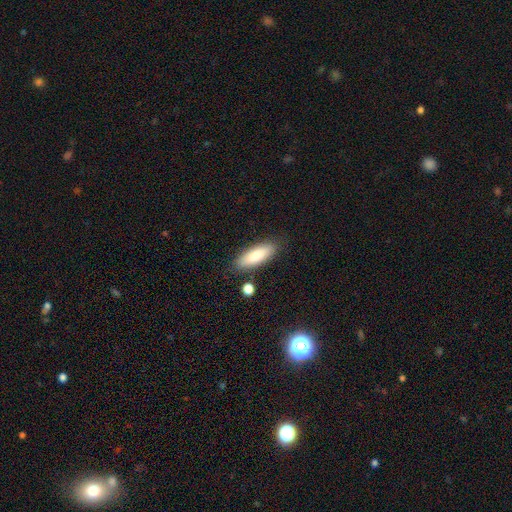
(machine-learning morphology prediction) Q: Smooth or featured?
A: smooth (85%); runner-up: featured or disk (9%)
Q: How rounded?
A: in between (63%); runner-up: cigar-shaped (35%)
Q: Merging?
A: none (83%); runner-up: minor disturbance (11%)